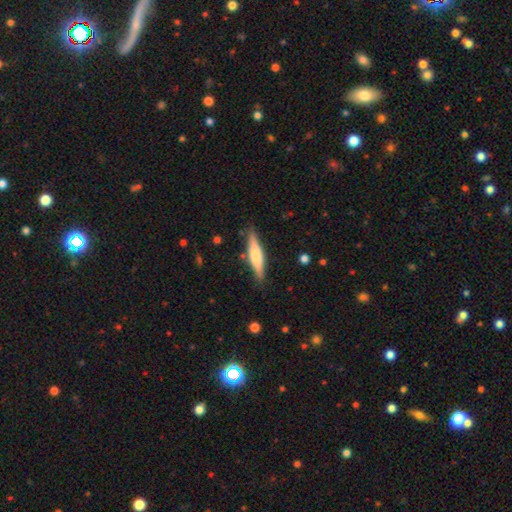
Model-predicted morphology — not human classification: smooth_or_featured: smooth (p=0.50) [alt: featured or disk p=0.44]
how_rounded: cigar-shaped (p=0.81) [alt: in between p=0.18]
merging: none (p=0.85) [alt: minor disturbance p=0.11]